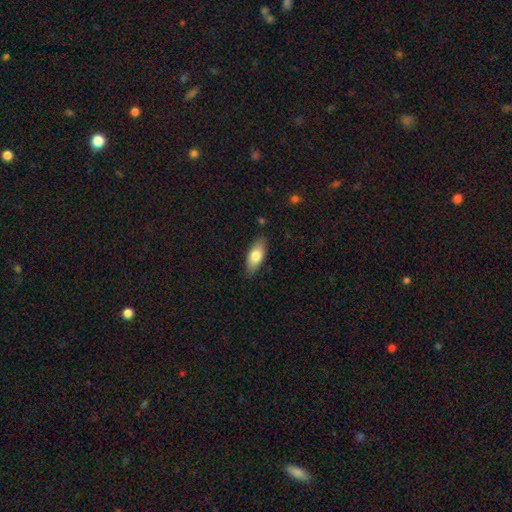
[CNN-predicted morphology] type=smooth (75%); roundness=in between (82%); merging=none (84%).